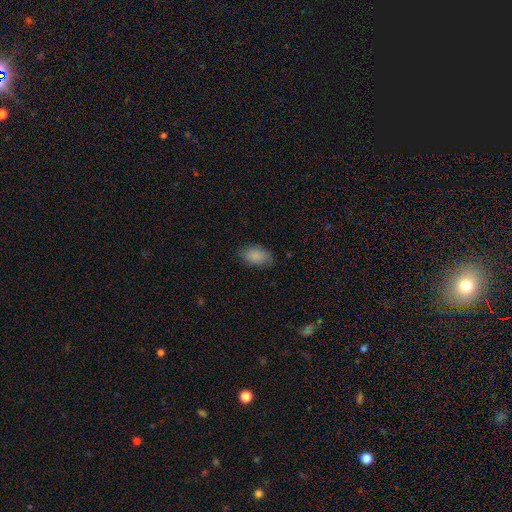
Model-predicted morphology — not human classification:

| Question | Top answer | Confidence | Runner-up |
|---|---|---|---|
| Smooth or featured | smooth | 88% | star or artifact (7%) |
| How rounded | in between | 92% | round (7%) |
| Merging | none | 81% | minor disturbance (15%) |